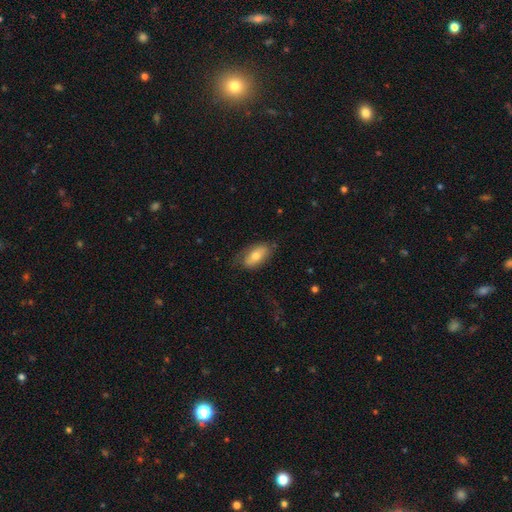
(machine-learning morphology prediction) The model was most divided on "smooth or featured": smooth: 66%, featured or disk: 27%, star or artifact: 7%. More confident: how rounded — in between (91%); merging — none (65%).